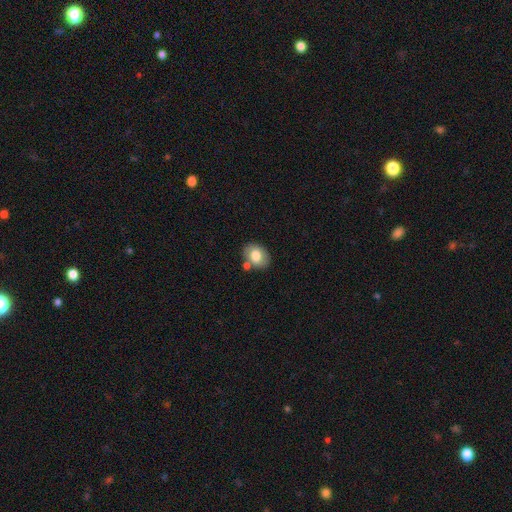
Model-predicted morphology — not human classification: smooth 75%, featured or disk 17%, star or artifact 7%. Down the decision tree: how rounded — in between (69%); merging — none (67%).